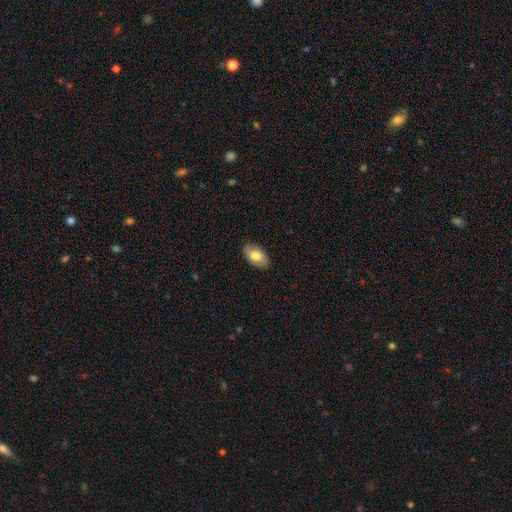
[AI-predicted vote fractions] A smooth galaxy with no disk features (72%) that is in between round and cigar-shaped (94%). Merging: none (87%).